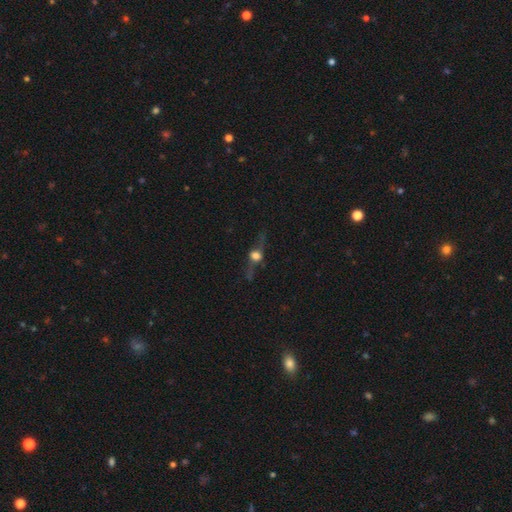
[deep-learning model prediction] A featured or disk galaxy (62%) viewed edge-on (84%) with a rounded central bulge (95%). Merging: none (71%).